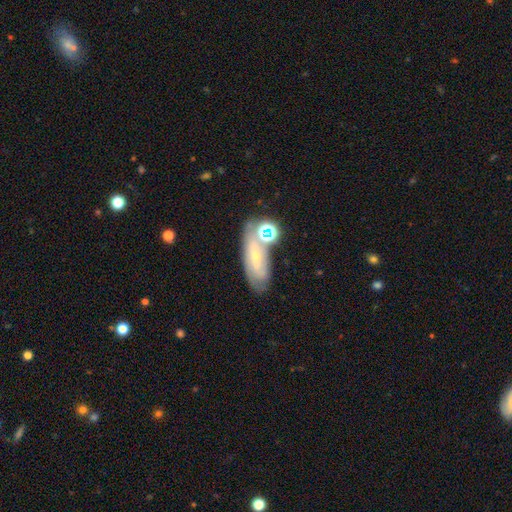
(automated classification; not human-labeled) Overall: featured or disk (53%; smooth 33%). Edge-on disk: no (84%). Merging: none (56%; minor disturbance 19%).